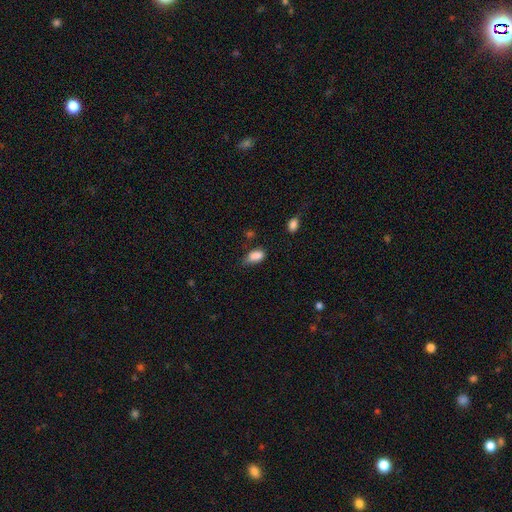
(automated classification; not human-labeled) A smooth galaxy with no disk features (85%) that is in between round and cigar-shaped (89%). Merging: none (44%).